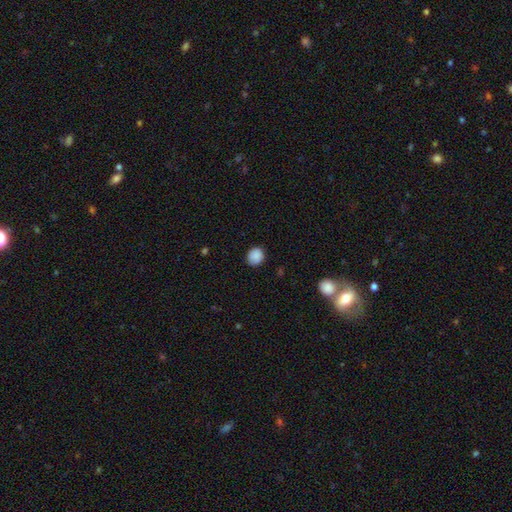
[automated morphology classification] A smooth galaxy with no disk features (88%) that is round (77%).

Vote fractions:
- Smooth or featured? smooth: 88% / star or artifact: 9% / featured or disk: 3%
- How rounded? round: 77% / in between: 22% / cigar-shaped: 1%
- Merging? none: 84% / minor disturbance: 12% / major disturbance: 3% / merger: 1%